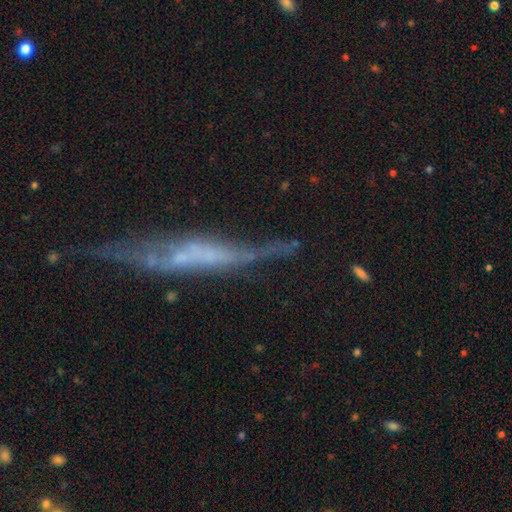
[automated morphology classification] Smooth or featured? featured or disk (65%)
Edge-on disk? yes (75%)
Merging? none (45%)